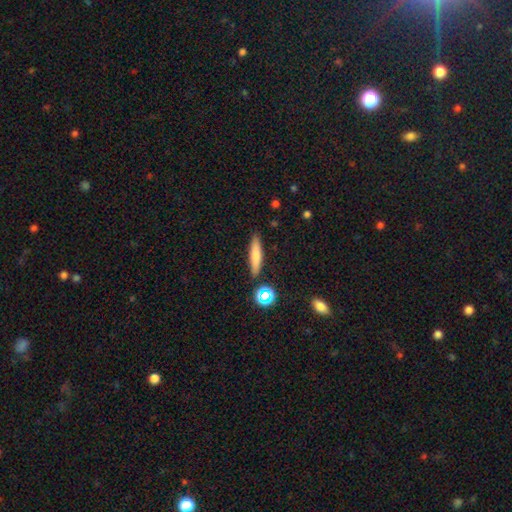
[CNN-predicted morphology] Smooth or featured? Predicted: smooth (p=0.72). How rounded? Predicted: cigar-shaped (p=0.82). Merging? Predicted: none (p=0.86).